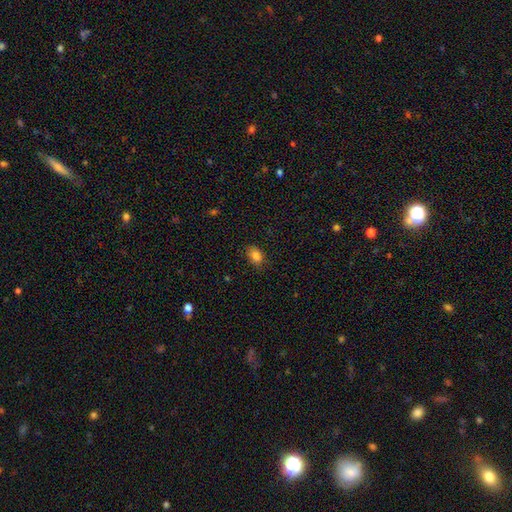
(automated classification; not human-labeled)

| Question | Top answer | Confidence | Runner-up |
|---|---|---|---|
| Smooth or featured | smooth | 84% | star or artifact (10%) |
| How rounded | in between | 79% | round (20%) |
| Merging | none | 82% | minor disturbance (14%) |